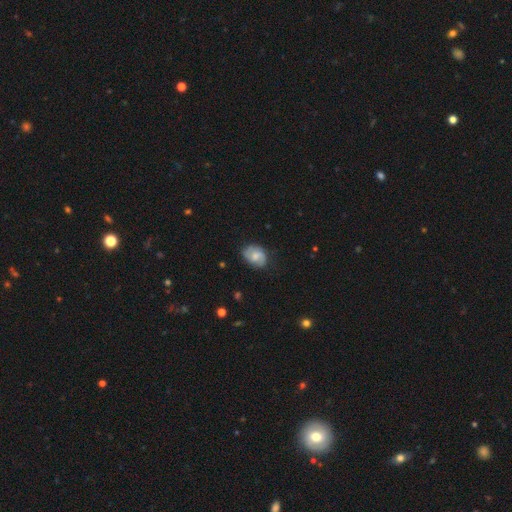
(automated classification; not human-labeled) smooth-or-featured: smooth: 50% | featured or disk: 42% | star or artifact: 8%
  how-rounded: in between: 66% | round: 32% | cigar-shaped: 1%
  merging: none: 70% | minor disturbance: 23% | major disturbance: 6% | merger: 1%